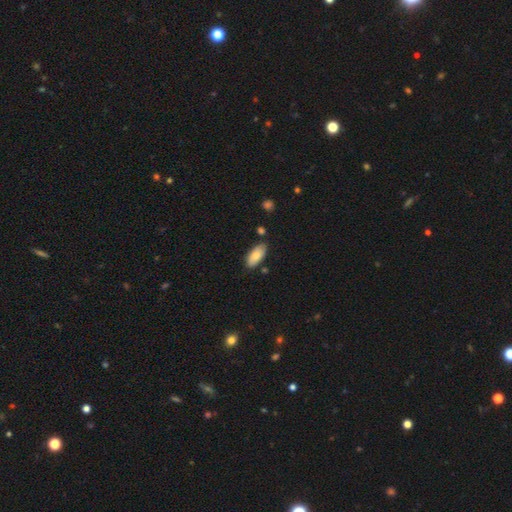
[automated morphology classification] Smooth or featured: smooth — 76% (featured or disk — 17%)
How rounded: in between — 91% (cigar-shaped — 7%)
Merging: none — 80% (minor disturbance — 14%)